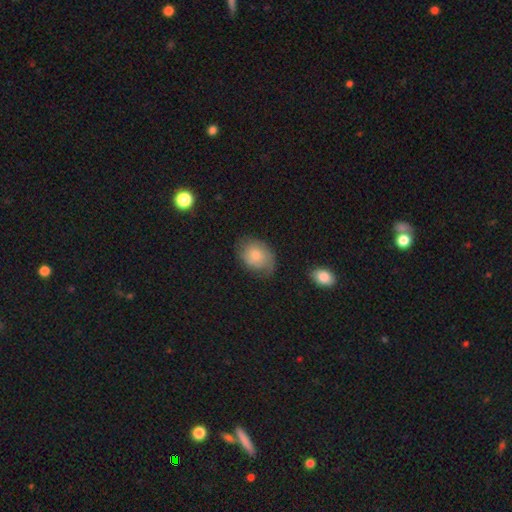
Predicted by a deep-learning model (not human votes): Smooth or featured: smooth — 64% (featured or disk — 29%)
How rounded: in between — 69% (round — 30%)
Merging: none — 55% (minor disturbance — 31%)